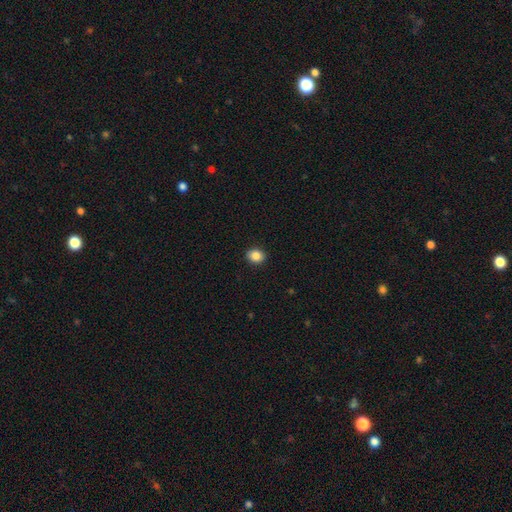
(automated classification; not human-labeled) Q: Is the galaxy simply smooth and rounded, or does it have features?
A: smooth — 87%.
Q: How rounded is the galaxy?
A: round — 66%.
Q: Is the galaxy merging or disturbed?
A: none — 92%.